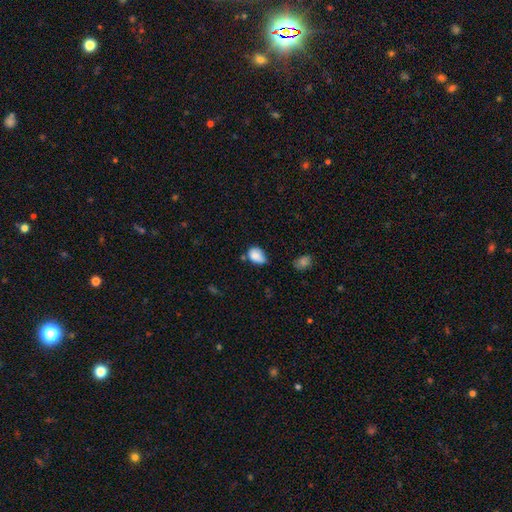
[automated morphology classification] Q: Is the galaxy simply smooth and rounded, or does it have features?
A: smooth — 82%.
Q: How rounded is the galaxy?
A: in between — 76%.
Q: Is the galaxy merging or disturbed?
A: minor disturbance — 42%.